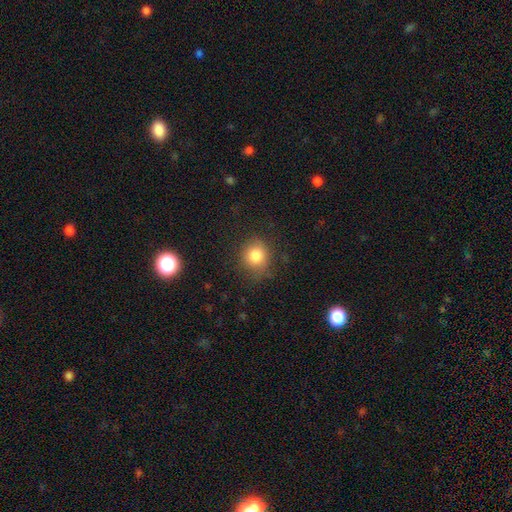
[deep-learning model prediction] The model was most divided on "how rounded": round: 77%, in between: 22%, cigar-shaped: 1%. More confident: smooth or featured — smooth (82%); merging — none (74%).